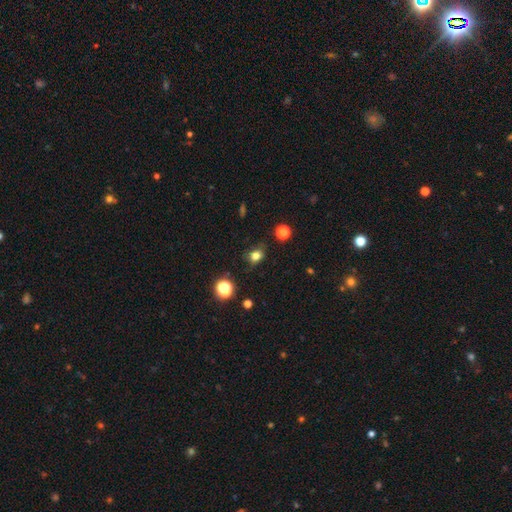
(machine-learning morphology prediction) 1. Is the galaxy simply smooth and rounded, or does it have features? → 77% smooth, 16% star or artifact, 7% featured or disk.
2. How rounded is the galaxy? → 56% round, 43% in between, 1% cigar-shaped.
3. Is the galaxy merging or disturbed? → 73% none, 19% minor disturbance, 5% major disturbance, 2% merger.